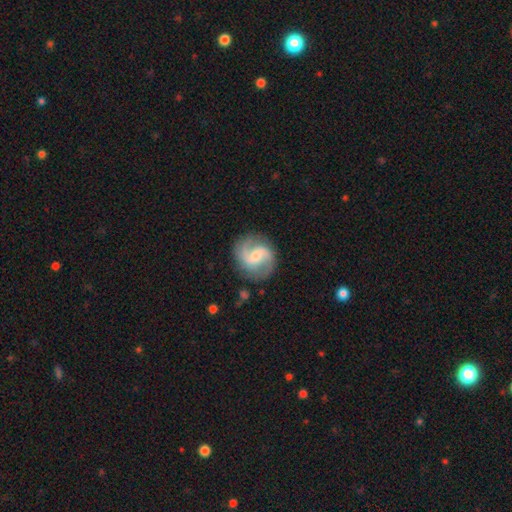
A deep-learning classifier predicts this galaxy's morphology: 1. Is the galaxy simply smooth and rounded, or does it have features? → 85% featured or disk, 10% smooth, 5% star or artifact.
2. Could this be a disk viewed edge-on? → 98% no, 2% yes.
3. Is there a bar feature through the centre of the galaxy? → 51% weak, 35% no, 14% strong.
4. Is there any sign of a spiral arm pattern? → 97% yes, 3% no.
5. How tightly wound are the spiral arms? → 53% medium, 31% loose, 16% tight.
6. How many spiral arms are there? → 89% 2, 4% 3, 3% can't tell, 2% 1, 1% 4, 1% more than 4.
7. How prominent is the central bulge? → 52% small, 37% moderate, 6% none, 4% large, 1% dominant.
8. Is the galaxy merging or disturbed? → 81% none, 13% minor disturbance, 5% major disturbance, 1% merger.